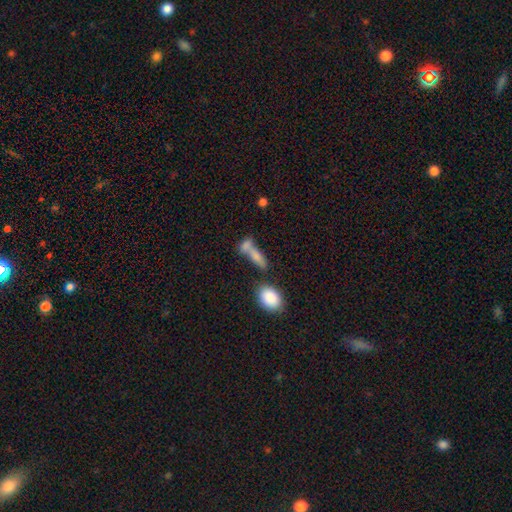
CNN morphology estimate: Smooth or featured?
  - smooth: 69% *
  - featured or disk: 20%
  - star or artifact: 11%
How rounded?
  - in between: 54% *
  - cigar-shaped: 37%
  - round: 8%
Merging?
  - merger: 47% *
  - none: 34%
  - minor disturbance: 11%
  - major disturbance: 8%